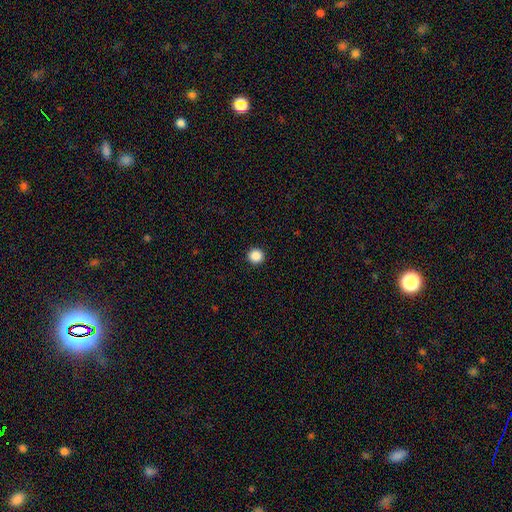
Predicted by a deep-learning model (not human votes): Smooth or featured? smooth (87%)
How rounded? round (96%)
Merging? none (94%)